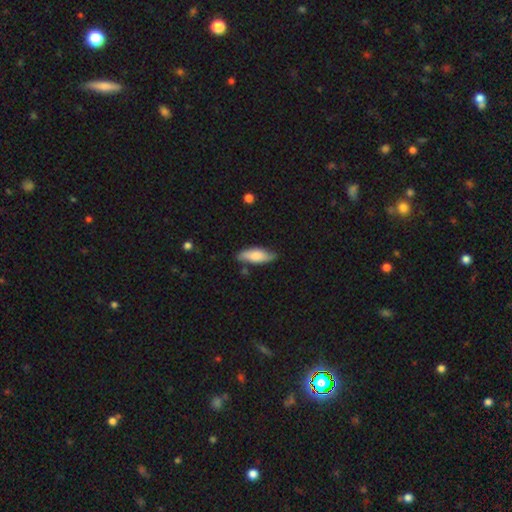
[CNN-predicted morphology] Smooth or featured? smooth (67%)
How rounded? in between (67%)
Merging? none (74%)